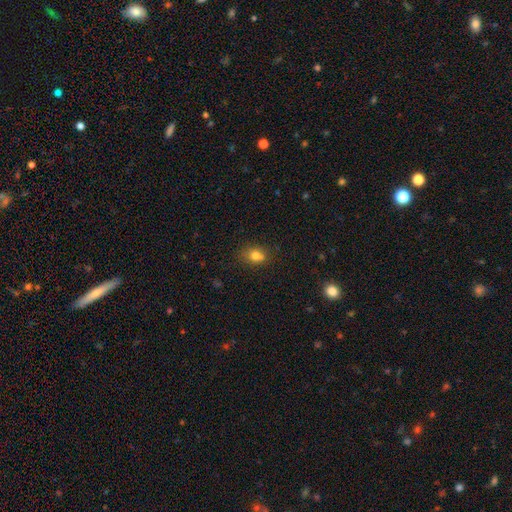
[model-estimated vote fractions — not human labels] This is likely a smooth galaxy (77%). How rounded: possibly in between (54%). Merging: likely none (64%).